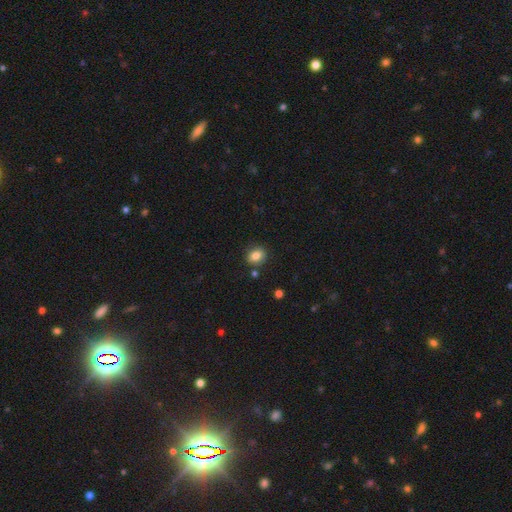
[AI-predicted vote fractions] Smooth or featured? Predicted: smooth (p=0.82). How rounded? Predicted: round (p=0.61). Merging? Predicted: none (p=0.84).